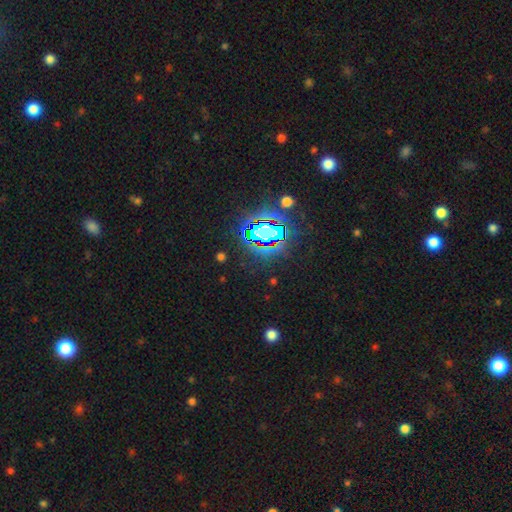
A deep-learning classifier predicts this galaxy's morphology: smooth_or_featured: star or artifact (p=0.82) [alt: smooth p=0.10]